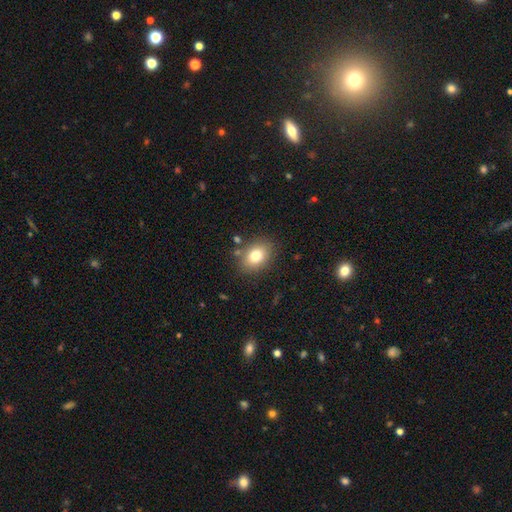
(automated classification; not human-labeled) smooth-or-featured: smooth: 78% | featured or disk: 12% | star or artifact: 10%
  how-rounded: in between: 69% | round: 30% | cigar-shaped: 1%
  merging: none: 83% | minor disturbance: 11% | major disturbance: 3% | merger: 3%